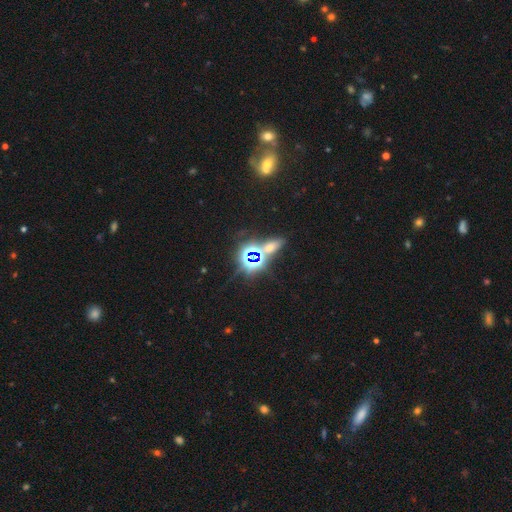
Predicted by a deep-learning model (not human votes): A star or artifact, not a galaxy (68%).

Vote fractions:
- Smooth or featured? star or artifact: 68% / smooth: 21% / featured or disk: 12%